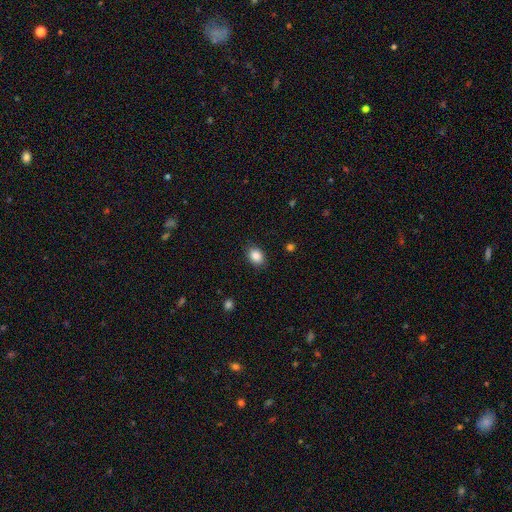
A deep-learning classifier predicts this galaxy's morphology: smooth_or_featured: smooth (p=0.87) [alt: star or artifact p=0.09]
how_rounded: in between (p=0.68) [alt: round p=0.30]
merging: none (p=0.86) [alt: minor disturbance p=0.10]